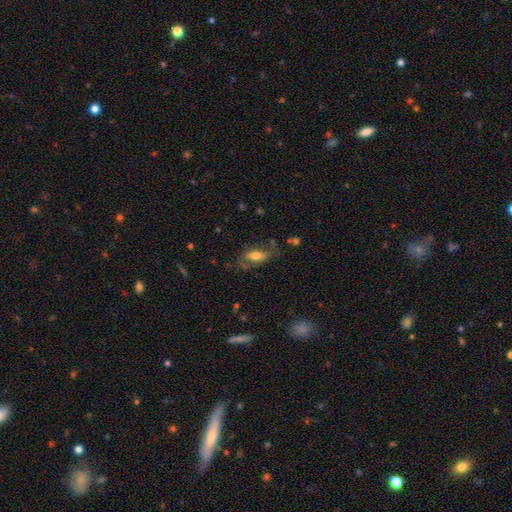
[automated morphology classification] The model was most divided on "smooth or featured": smooth: 58%, featured or disk: 34%, star or artifact: 8%. More confident: how rounded — in between (79%); merging — none (60%).